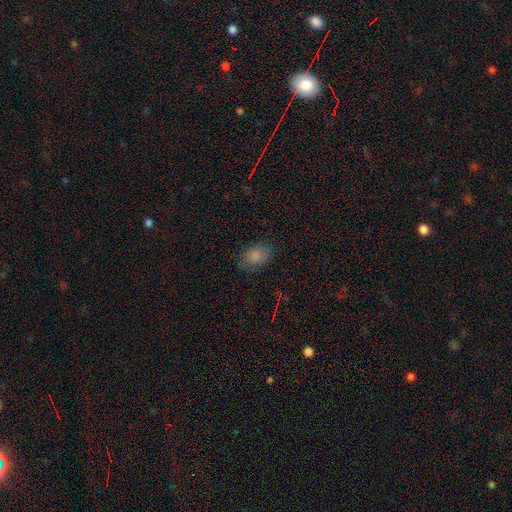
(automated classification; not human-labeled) A smooth galaxy with no disk features (79%) that is in between round and cigar-shaped (87%).

Vote fractions:
- Smooth or featured? smooth: 79% / star or artifact: 12% / featured or disk: 10%
- How rounded? in between: 87% / round: 12% / cigar-shaped: 2%
- Merging? none: 77% / minor disturbance: 17% / major disturbance: 5% / merger: 1%